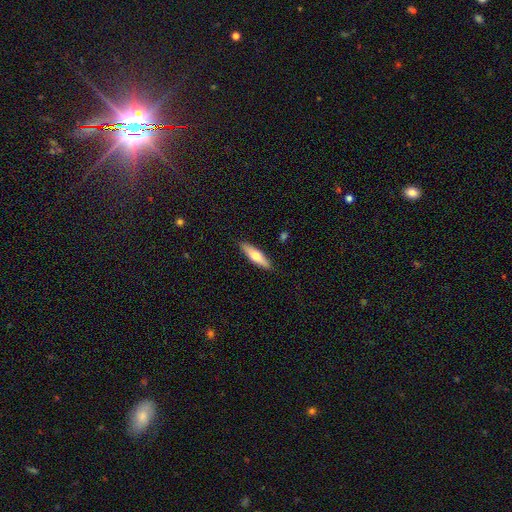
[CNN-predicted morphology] type=smooth (60%); roundness=cigar-shaped (64%); merging=none (88%).